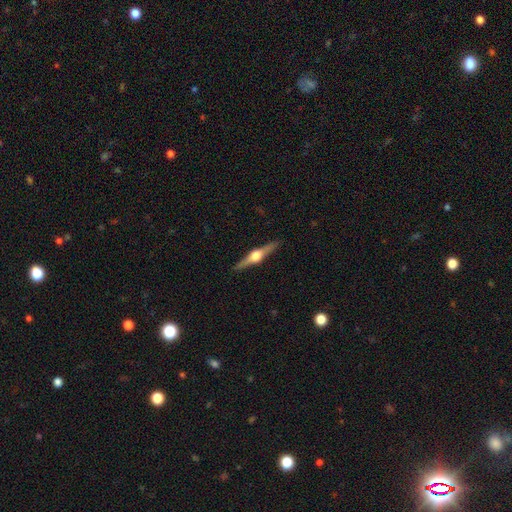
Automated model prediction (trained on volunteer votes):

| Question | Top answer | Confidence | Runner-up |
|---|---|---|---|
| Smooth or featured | featured or disk | 82% | smooth (13%) |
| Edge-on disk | yes | 98% | no (2%) |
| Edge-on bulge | rounded | 96% | boxy (3%) |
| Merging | none | 92% | minor disturbance (6%) |